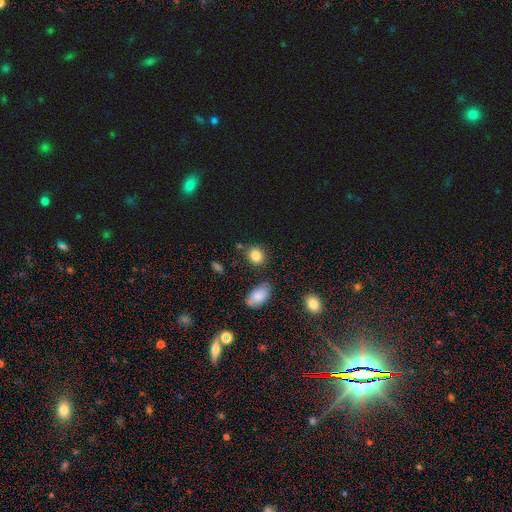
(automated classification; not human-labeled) This appears to be a smooth galaxy with no disk features (83%) that is round (71%). Merging: none (82%).